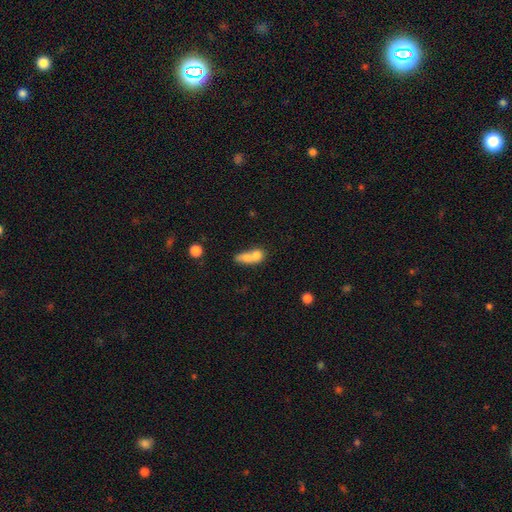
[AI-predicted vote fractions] Q: Smooth or featured?
A: smooth (70%); runner-up: featured or disk (20%)
Q: How rounded?
A: in between (54%); runner-up: round (40%)
Q: Merging?
A: merger (72%); runner-up: none (17%)